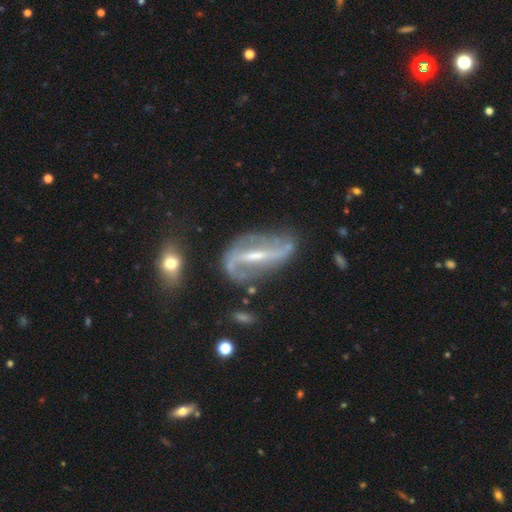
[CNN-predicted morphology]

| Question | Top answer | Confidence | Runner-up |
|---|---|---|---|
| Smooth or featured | featured or disk | 83% | smooth (10%) |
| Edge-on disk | no | 86% | yes (14%) |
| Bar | strong | 64% | weak (26%) |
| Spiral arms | yes | 84% | no (16%) |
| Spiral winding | loose | 58% | medium (29%) |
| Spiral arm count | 2 | 82% | can't tell (9%) |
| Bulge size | small | 49% | moderate (37%) |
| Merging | none | 56% | minor disturbance (23%) |